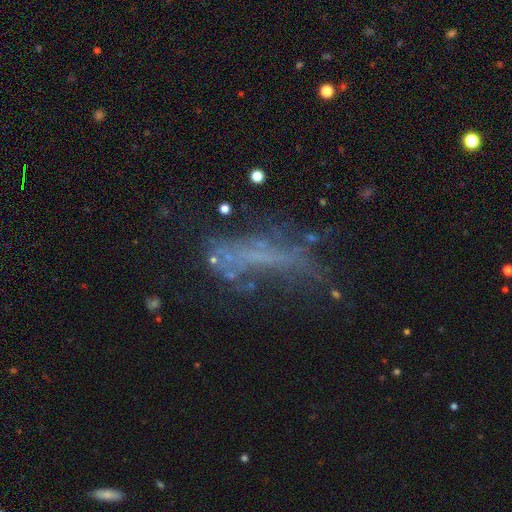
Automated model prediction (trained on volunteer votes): A featured or disk galaxy (45%). Merging: none (40%).